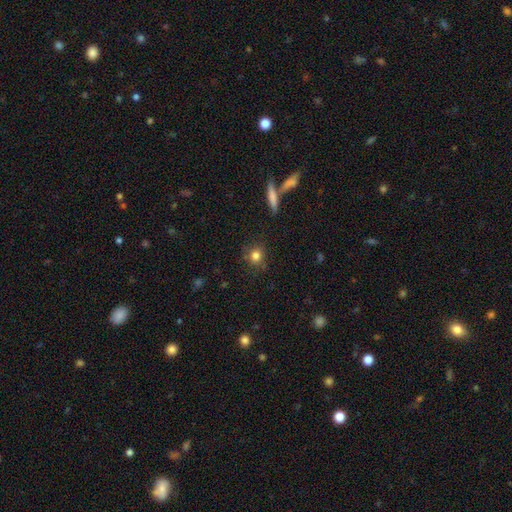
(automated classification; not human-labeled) Smooth or featured? smooth (82%)
How rounded? round (84%)
Merging? none (82%)